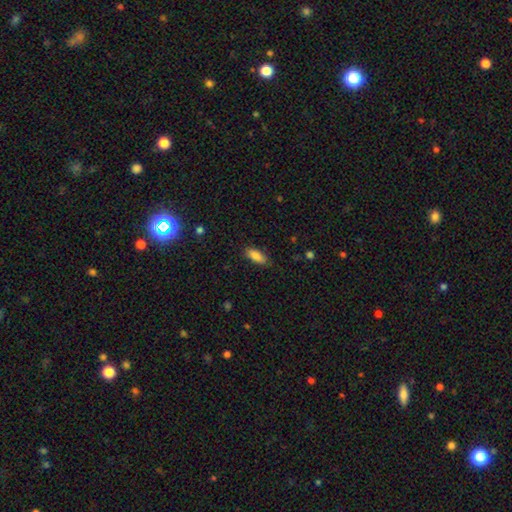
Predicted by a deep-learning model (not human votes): Overall: smooth (84%). How rounded: in between (75%). Merging: none (84%).